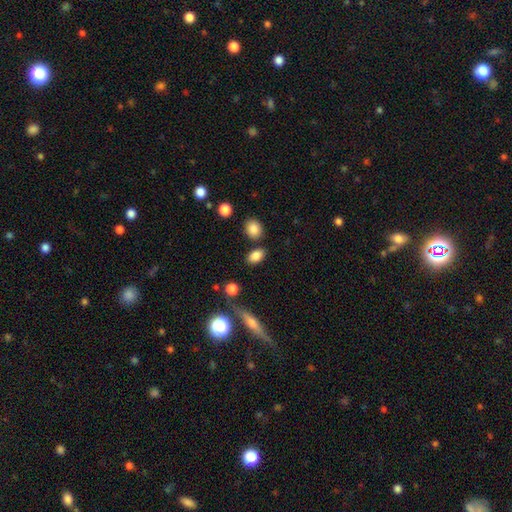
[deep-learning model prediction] A smooth galaxy with no disk features (85%) that is in between round and cigar-shaped (84%).

Vote fractions:
- Smooth or featured? smooth: 85% / star or artifact: 9% / featured or disk: 6%
- How rounded? in between: 84% / round: 13% / cigar-shaped: 3%
- Merging? none: 79% / minor disturbance: 10% / merger: 7% / major disturbance: 3%